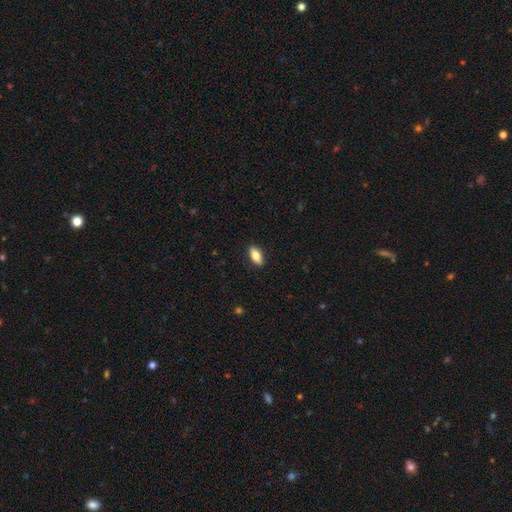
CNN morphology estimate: Q: Smooth or featured?
A: smooth (75%); runner-up: featured or disk (18%)
Q: How rounded?
A: in between (83%); runner-up: cigar-shaped (14%)
Q: Merging?
A: none (88%); runner-up: minor disturbance (9%)